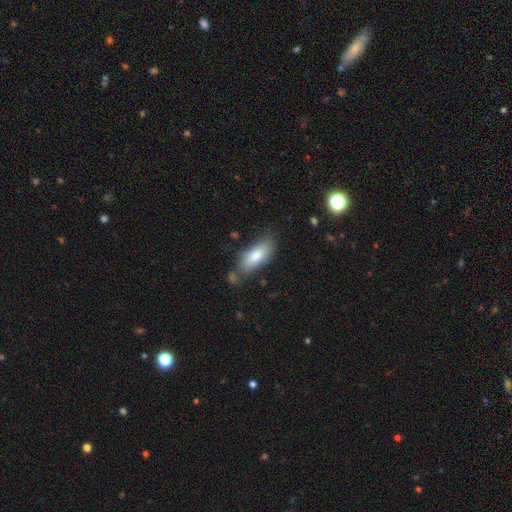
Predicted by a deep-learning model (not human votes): A smooth galaxy with no disk features (81%) that is in between round and cigar-shaped (78%).

Vote fractions:
- Smooth or featured? smooth: 81% / featured or disk: 13% / star or artifact: 6%
- How rounded? in between: 78% / cigar-shaped: 20% / round: 2%
- Merging? none: 66% / minor disturbance: 21% / merger: 7% / major disturbance: 6%